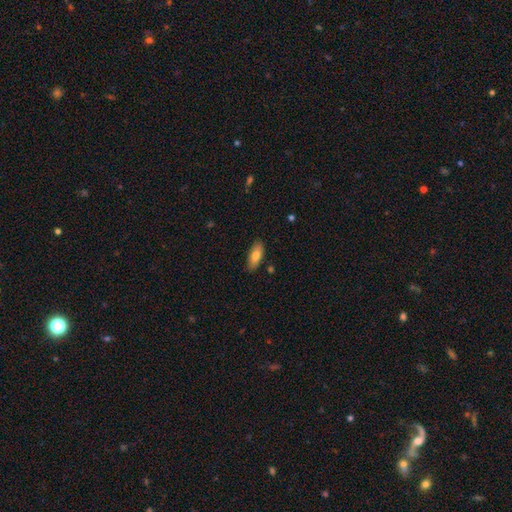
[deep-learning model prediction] Q: Smooth or featured?
A: smooth (77%); runner-up: featured or disk (16%)
Q: How rounded?
A: in between (78%); runner-up: cigar-shaped (19%)
Q: Merging?
A: none (86%); runner-up: minor disturbance (11%)